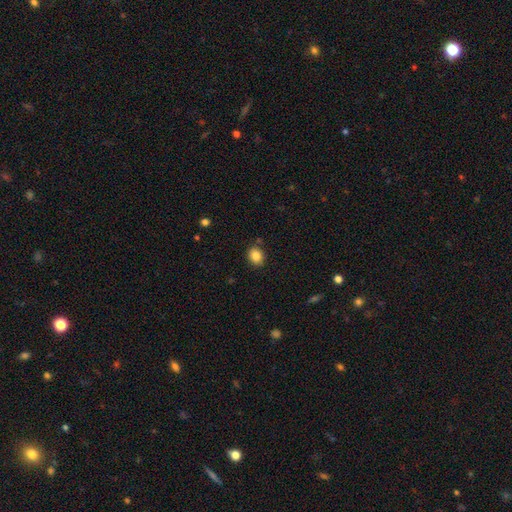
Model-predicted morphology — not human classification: smooth-or-featured: smooth: 85% | star or artifact: 9% | featured or disk: 5%
  how-rounded: round: 51% | in between: 49% | cigar-shaped: 1%
  merging: none: 84% | minor disturbance: 10% | merger: 3% | major disturbance: 3%